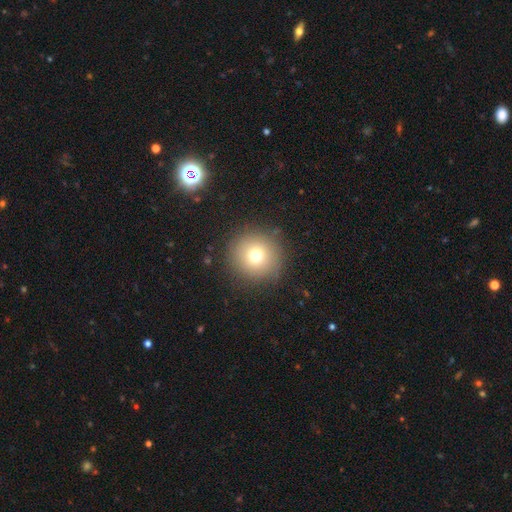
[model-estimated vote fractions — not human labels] smooth-or-featured: smooth: 74% | star or artifact: 14% | featured or disk: 12%
  how-rounded: round: 96% | in between: 3% | cigar-shaped: 1%
  merging: none: 89% | minor disturbance: 7% | major disturbance: 3% | merger: 1%